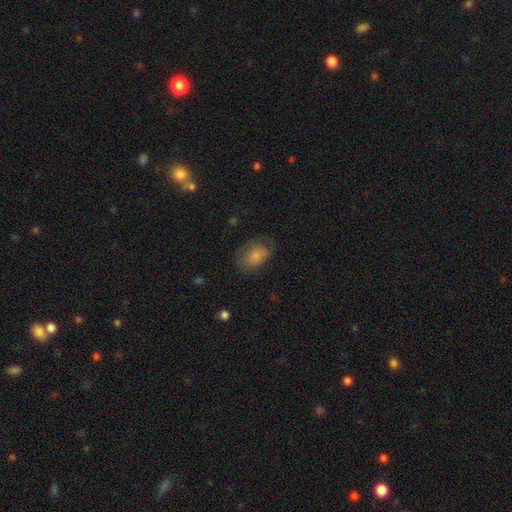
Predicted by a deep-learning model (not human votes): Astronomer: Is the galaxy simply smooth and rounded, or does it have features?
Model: smooth — 72%.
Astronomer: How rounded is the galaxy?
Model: in between — 79%.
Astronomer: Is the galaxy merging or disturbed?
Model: none — 54%.